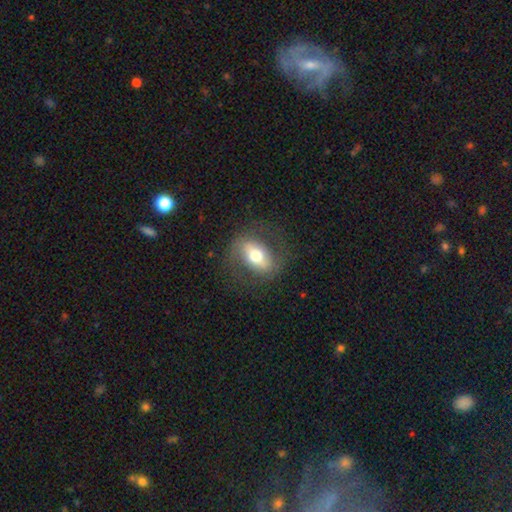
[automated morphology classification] A smooth galaxy with no disk features (48%). Merging: none (76%).